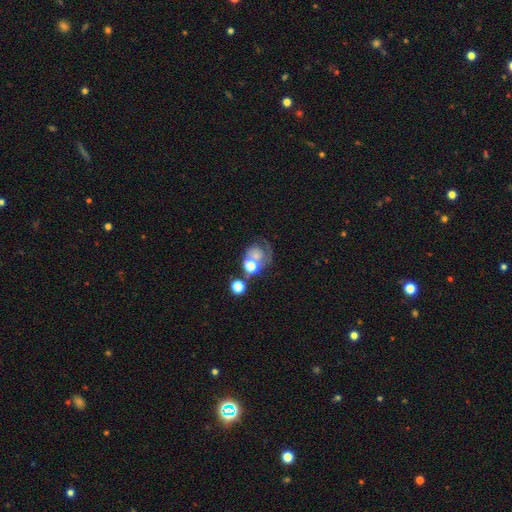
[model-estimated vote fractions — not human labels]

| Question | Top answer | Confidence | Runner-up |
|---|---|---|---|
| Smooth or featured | smooth | 44% | featured or disk (41%) |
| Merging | merger | 30% | none (29%) |